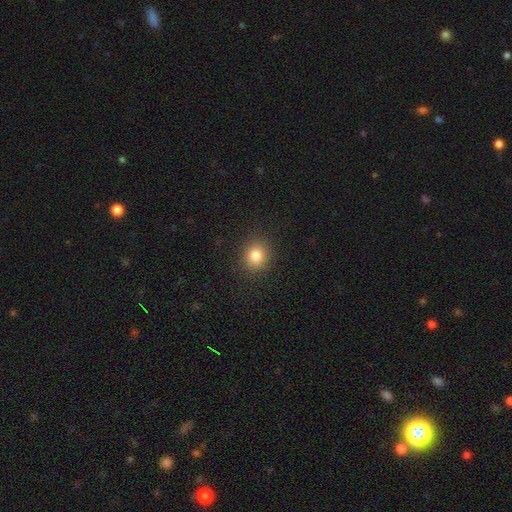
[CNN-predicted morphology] type=smooth (82%); roundness=round (80%); merging=none (90%).